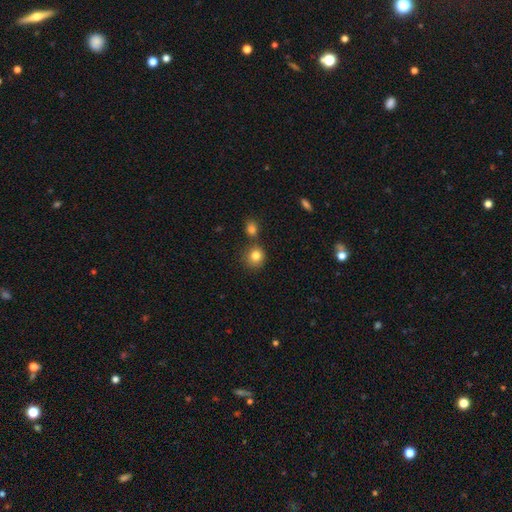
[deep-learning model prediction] Morphology: type=smooth (82%); roundness=round (88%); merging=none (70%).